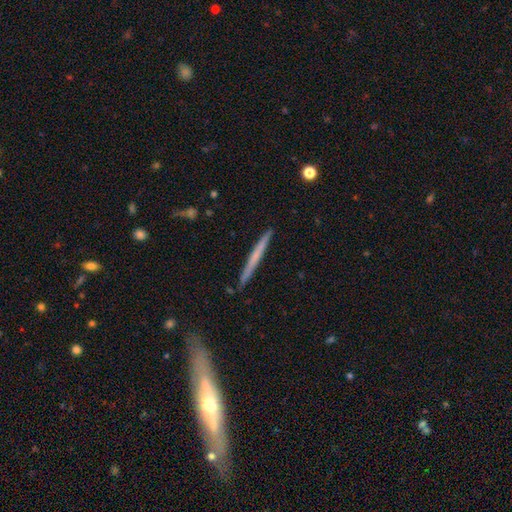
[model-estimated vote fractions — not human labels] The model was most divided on "smooth or featured": smooth: 51%, featured or disk: 44%, star or artifact: 6%. More confident: how rounded — cigar-shaped (97%); merging — none (91%).